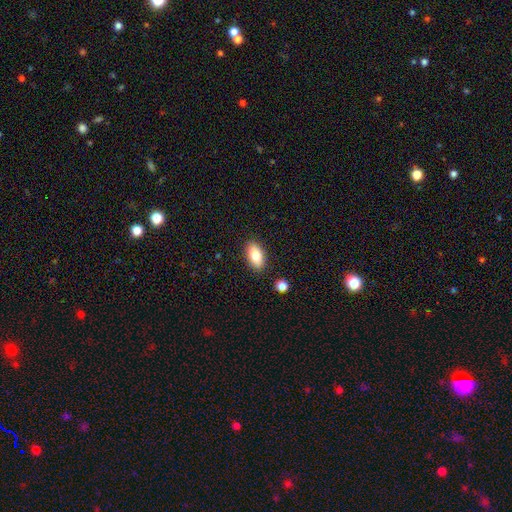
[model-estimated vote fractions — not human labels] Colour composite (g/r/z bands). It shows a smooth galaxy with no disk features (81%) that is in between round and cigar-shaped (91%). Merging: none (87%).